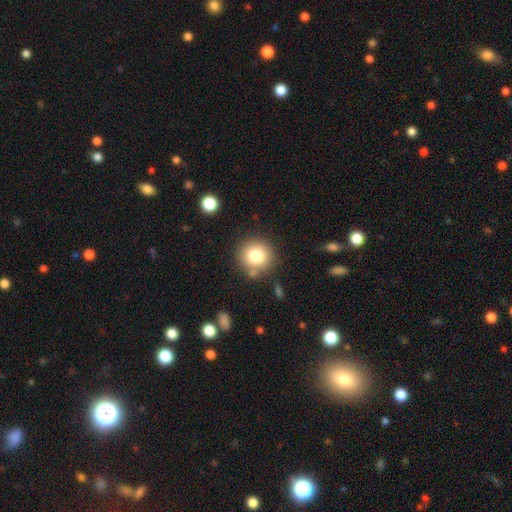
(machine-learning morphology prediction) The model was most divided on "smooth or featured": smooth: 80%, star or artifact: 11%, featured or disk: 10%. More confident: how rounded — round (91%); merging — none (80%).